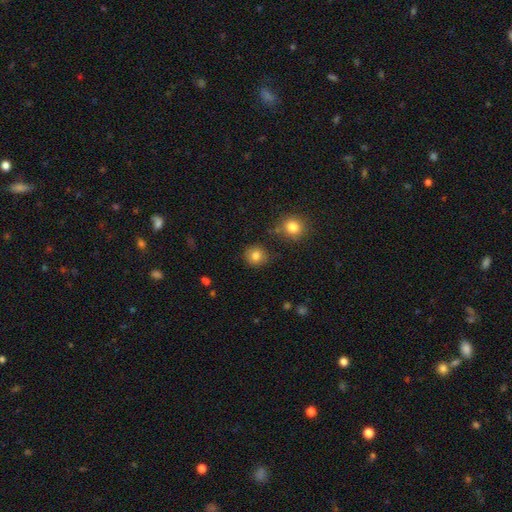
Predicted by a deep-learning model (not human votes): Overall: smooth (83%). How rounded: round (91%). Merging: none (86%).